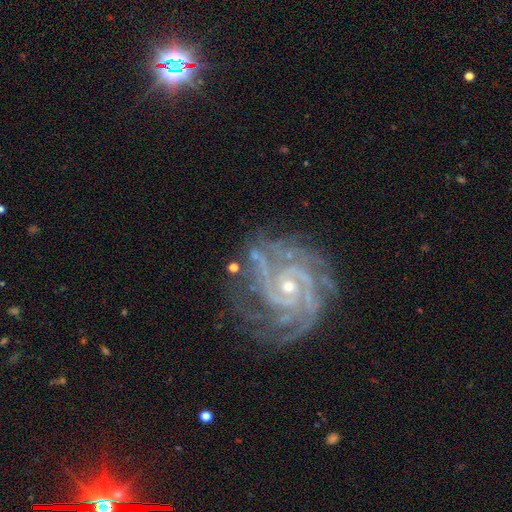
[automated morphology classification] A featured or disk galaxy (90%) with no bar (58%), 4 (26%) tight (73%) spiral arms (99%) and a small central bulge (72%).

Vote fractions:
- Smooth or featured? featured or disk: 90% / star or artifact: 7% / smooth: 3%
- Edge-on disk? no: 97% / yes: 3%
- Bar? no: 58% / weak: 28% / strong: 14%
- Spiral arms? yes: 99% / no: 1%
- Spiral winding? tight: 73% / medium: 24% / loose: 3%
- Spiral arm count? 4: 26% / 3: 24% / can't tell: 14% / 2: 14% / more than 4: 14% / 1: 8%
- Bulge size? small: 72% / moderate: 24% / none: 2% / large: 1% / dominant: 1%
- Merging? none: 75% / minor disturbance: 17% / major disturbance: 7% / merger: 2%